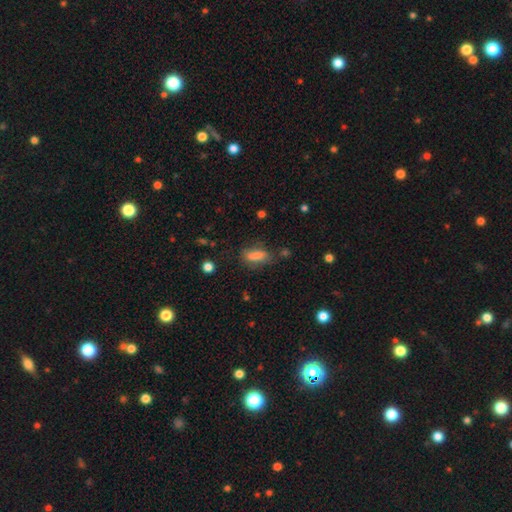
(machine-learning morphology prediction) This is likely a smooth galaxy (78%). How rounded: likely in between (61%). Merging: likely none (67%).